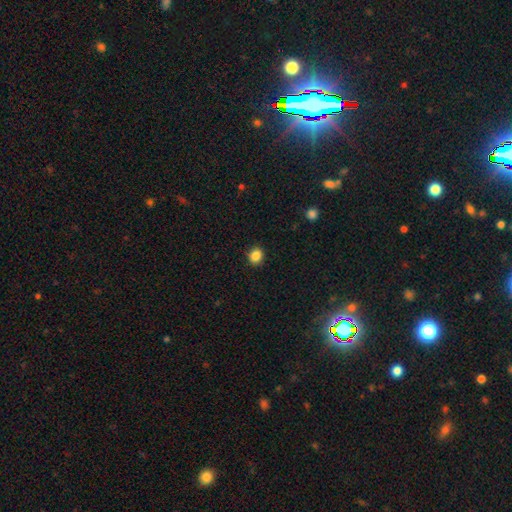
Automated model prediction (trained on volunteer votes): A smooth galaxy with no disk features (86%) that is round (68%). Merging: none (90%).